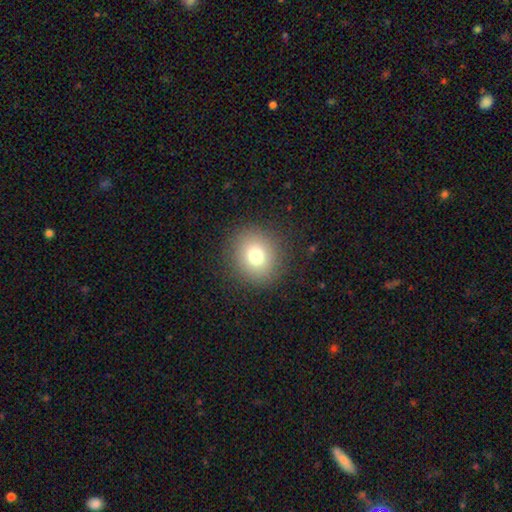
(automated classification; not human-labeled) smooth-or-featured: smooth: 76% | star or artifact: 13% | featured or disk: 11%
  how-rounded: round: 85% | in between: 14% | cigar-shaped: 1%
  merging: none: 89% | minor disturbance: 7% | major disturbance: 3% | merger: 1%